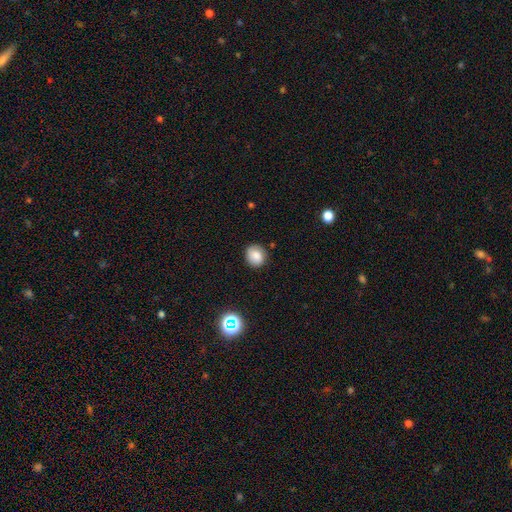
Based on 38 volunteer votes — Smooth or featured? smooth (74%)
How rounded? round (93%)
Merging? none (89%)